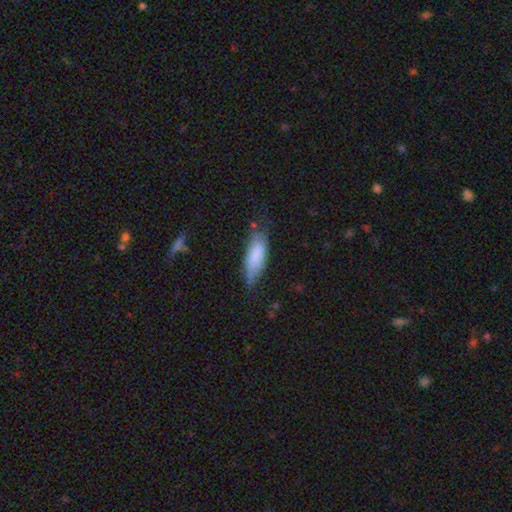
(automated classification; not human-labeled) A smooth galaxy with no disk features (80%) that is in between round and cigar-shaped (62%).

Vote fractions:
- Smooth or featured? smooth: 80% / featured or disk: 14% / star or artifact: 6%
- How rounded? in between: 62% / cigar-shaped: 37% / round: 2%
- Merging? none: 59% / minor disturbance: 31% / major disturbance: 8% / merger: 3%